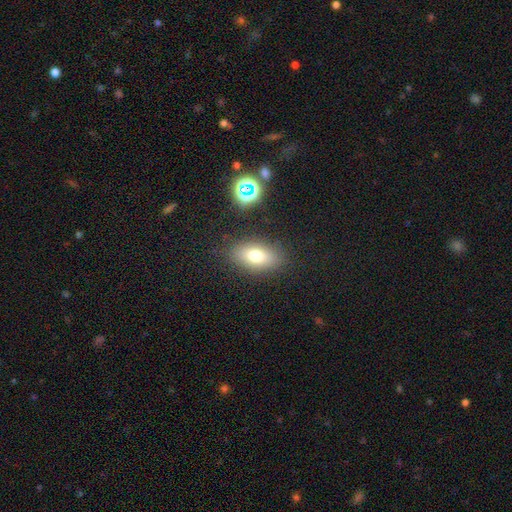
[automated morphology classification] smooth-or-featured: smooth: 73% | featured or disk: 14% | star or artifact: 13%
  how-rounded: in between: 85% | round: 9% | cigar-shaped: 6%
  merging: none: 84% | minor disturbance: 11% | major disturbance: 4% | merger: 2%